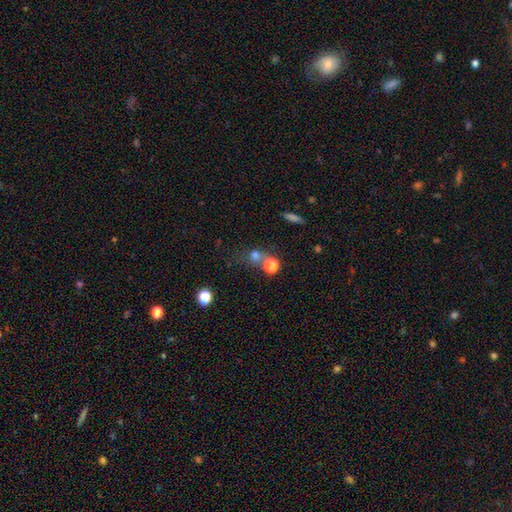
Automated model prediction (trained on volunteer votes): A smooth galaxy with no disk features (69%) that is round (81%). Merging: none (46%).